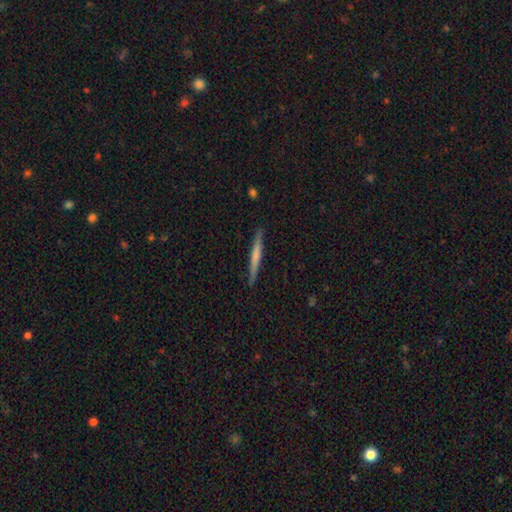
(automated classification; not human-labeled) A smooth galaxy with no disk features (49%).

Vote fractions:
- Smooth or featured? smooth: 49% / featured or disk: 45% / star or artifact: 6%
- Merging? none: 90% / minor disturbance: 7% / major disturbance: 1% / merger: 1%